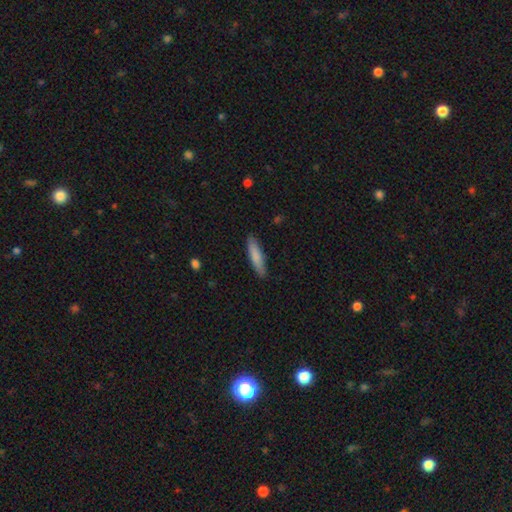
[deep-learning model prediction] Q: Smooth or featured?
A: smooth (82%); runner-up: featured or disk (13%)
Q: How rounded?
A: cigar-shaped (80%); runner-up: in between (19%)
Q: Merging?
A: none (87%); runner-up: minor disturbance (10%)